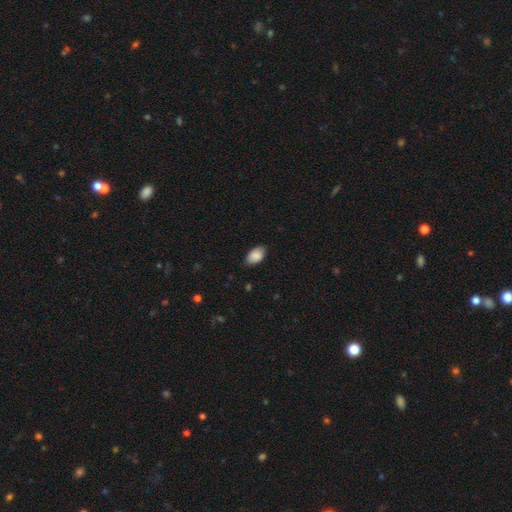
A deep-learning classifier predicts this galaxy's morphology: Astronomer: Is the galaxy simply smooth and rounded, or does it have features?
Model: smooth — 87%.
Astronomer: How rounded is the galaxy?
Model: in between — 93%.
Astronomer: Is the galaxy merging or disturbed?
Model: none — 83%.